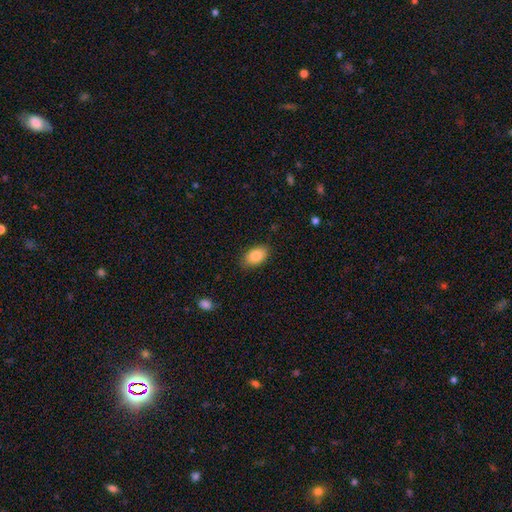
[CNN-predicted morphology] A smooth galaxy with no disk features (85%) that is in between round and cigar-shaped (92%). Merging: none (83%).